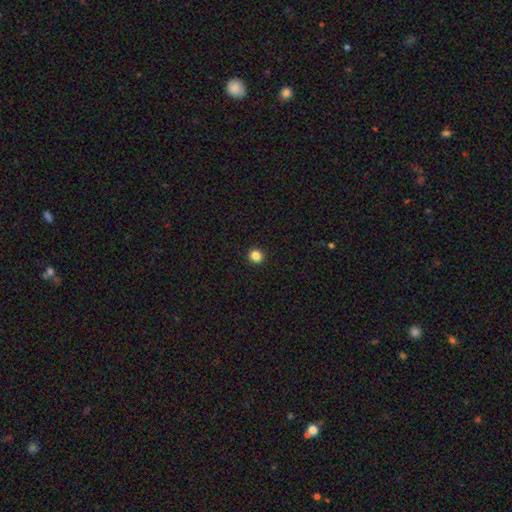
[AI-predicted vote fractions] This is clearly a smooth galaxy (85%). How rounded: clearly round (90%). Merging: clearly none (93%).